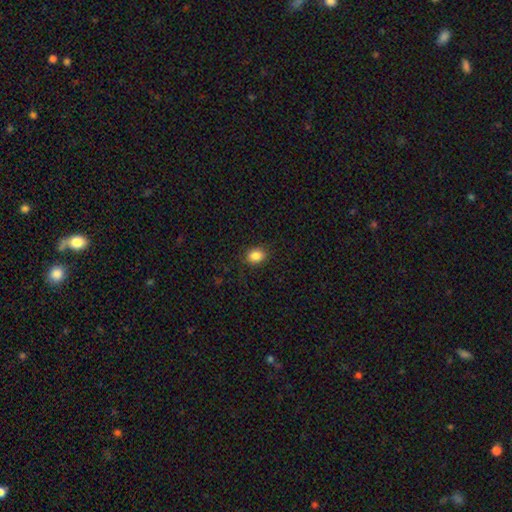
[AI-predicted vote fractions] Overall: smooth (86%). How rounded: in between (62%; round 37%). Merging: none (87%).